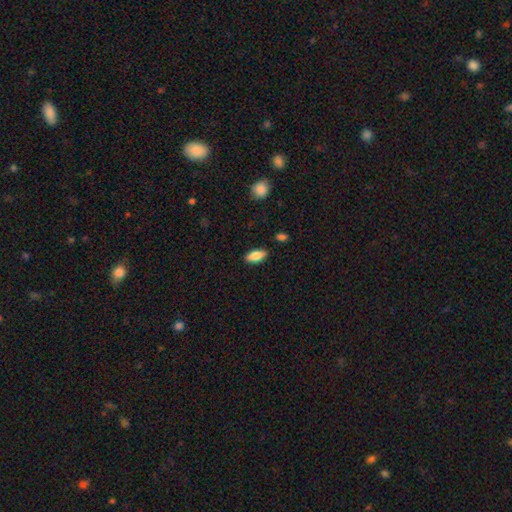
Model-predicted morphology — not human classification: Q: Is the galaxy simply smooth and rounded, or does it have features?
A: smooth — 83%.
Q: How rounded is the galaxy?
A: in between — 86%.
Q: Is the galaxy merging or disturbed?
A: none — 87%.